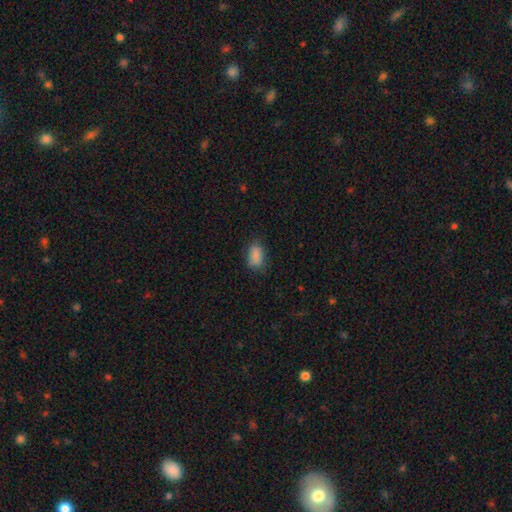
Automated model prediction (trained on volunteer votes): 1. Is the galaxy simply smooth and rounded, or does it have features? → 84% smooth, 9% star or artifact, 8% featured or disk.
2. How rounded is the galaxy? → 89% in between, 8% round, 3% cigar-shaped.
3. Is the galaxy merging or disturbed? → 68% none, 24% minor disturbance, 7% major disturbance, 1% merger.